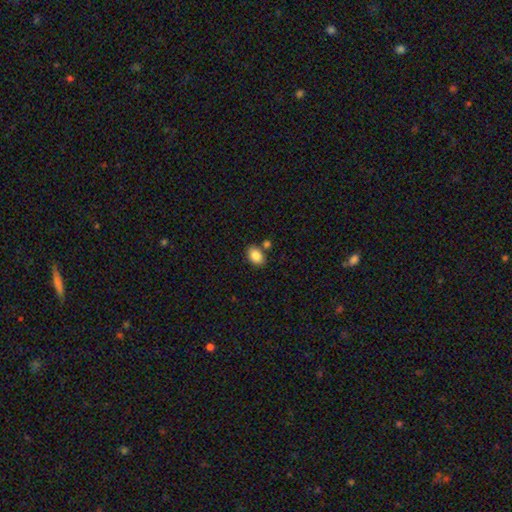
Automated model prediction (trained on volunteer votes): Morphology: type=smooth (85%); roundness=in between (80%); merging=none (75%).